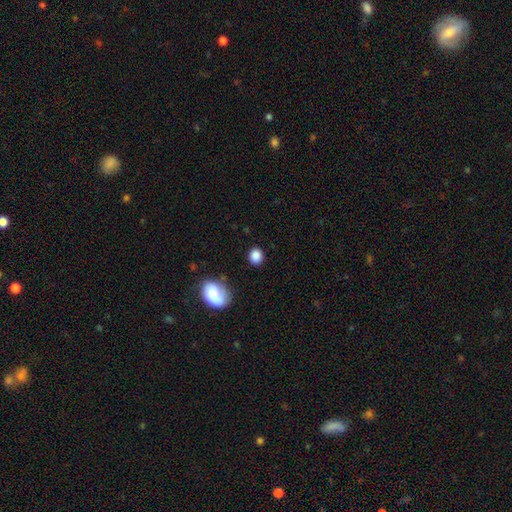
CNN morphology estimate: This appears to be a smooth galaxy with no disk features (87%) that is round (70%). Merging: none (84%).